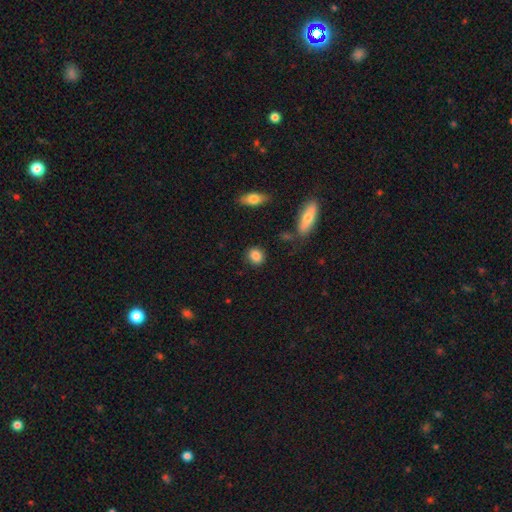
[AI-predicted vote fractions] The model was most divided on "how rounded": round: 66%, in between: 32%, cigar-shaped: 2%. More confident: smooth or featured — smooth (86%); merging — none (85%).